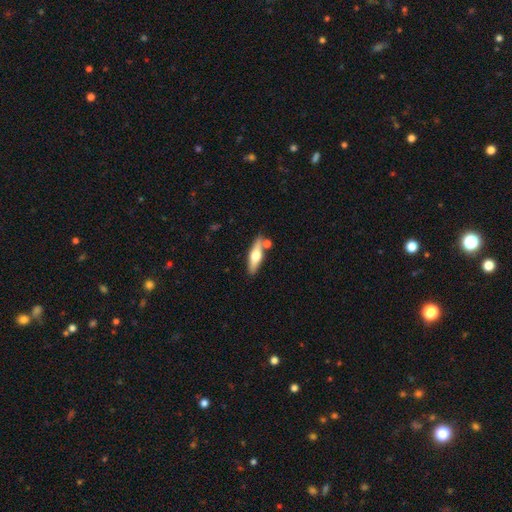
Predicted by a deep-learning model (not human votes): featured or disk 49%, smooth 45%, star or artifact 6%. Down the decision tree: merging — none (76%).